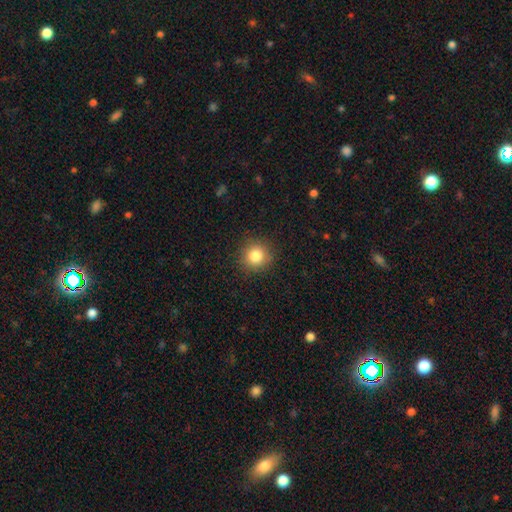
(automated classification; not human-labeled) Morphology: type=smooth (83%); roundness=round (91%); merging=none (89%).